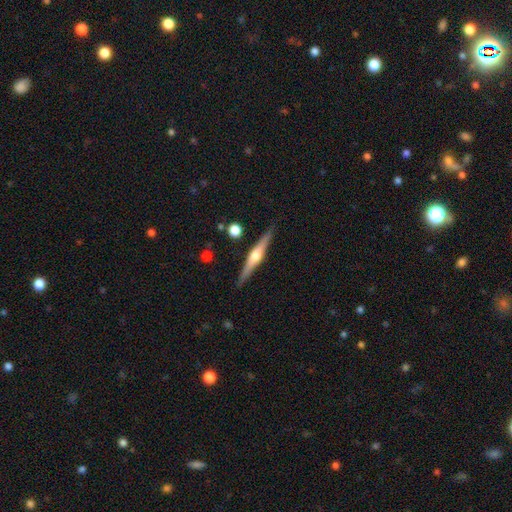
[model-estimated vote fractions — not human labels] featured or disk 73%, smooth 21%, star or artifact 6%. Down the decision tree: edge-on disk — yes (98%); edge-on bulge — rounded (91%); merging — none (89%).